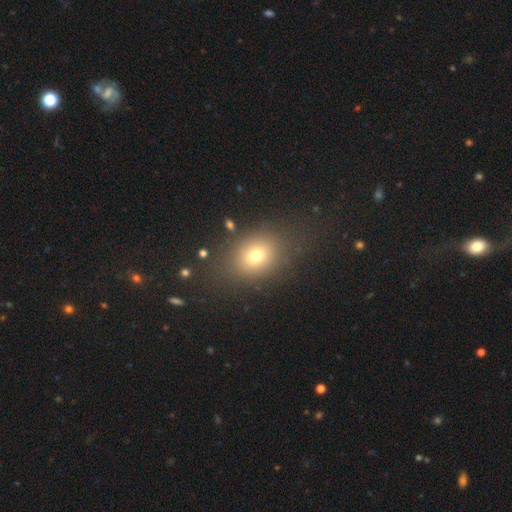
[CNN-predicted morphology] Smooth or featured?
  - smooth: 72% *
  - star or artifact: 16%
  - featured or disk: 13%
How rounded?
  - in between: 51% *
  - round: 48%
  - cigar-shaped: 1%
Merging?
  - none: 78% *
  - minor disturbance: 12%
  - major disturbance: 8%
  - merger: 3%